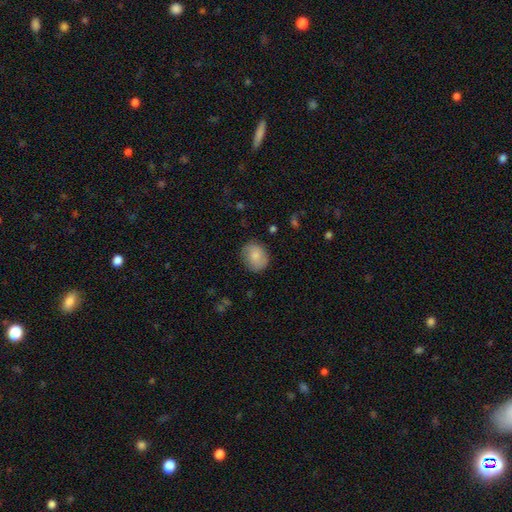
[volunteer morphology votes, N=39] This is likely a smooth galaxy (74%). How rounded: likely round (72%). Merging: likely none (70%).